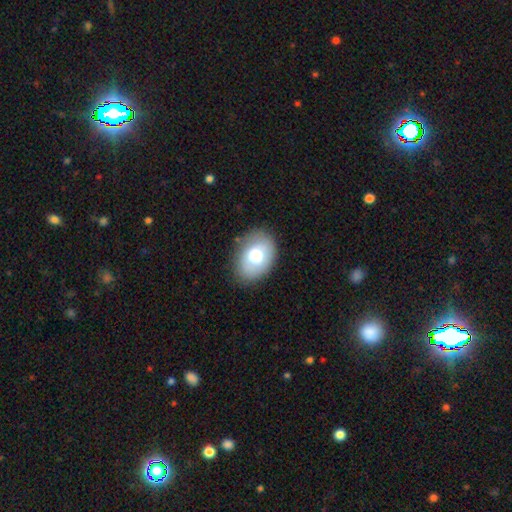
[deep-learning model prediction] This appears to be a smooth galaxy with no disk features (71%) that is in between round and cigar-shaped (75%). Merging: none (81%).